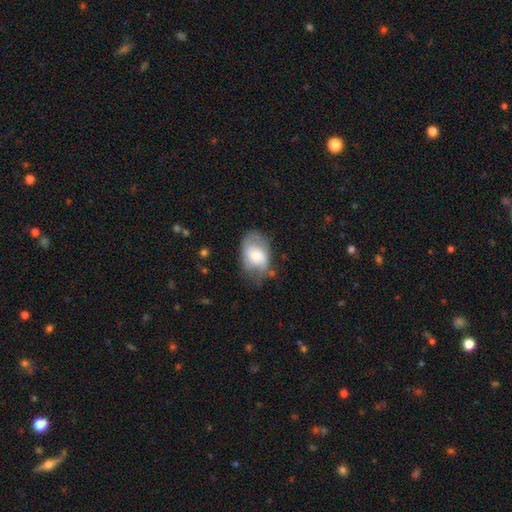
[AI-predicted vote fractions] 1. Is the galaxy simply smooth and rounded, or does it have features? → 49% smooth, 44% featured or disk, 7% star or artifact.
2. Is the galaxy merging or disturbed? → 54% none, 30% minor disturbance, 13% major disturbance, 3% merger.